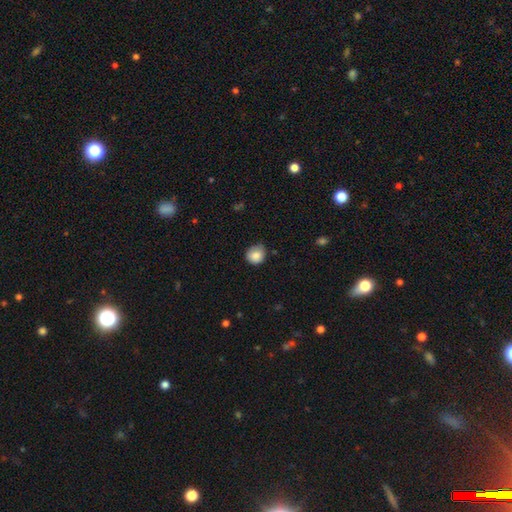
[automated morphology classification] Q: Smooth or featured?
A: smooth (84%); runner-up: star or artifact (8%)
Q: How rounded?
A: round (80%); runner-up: in between (19%)
Q: Merging?
A: none (66%); runner-up: minor disturbance (28%)